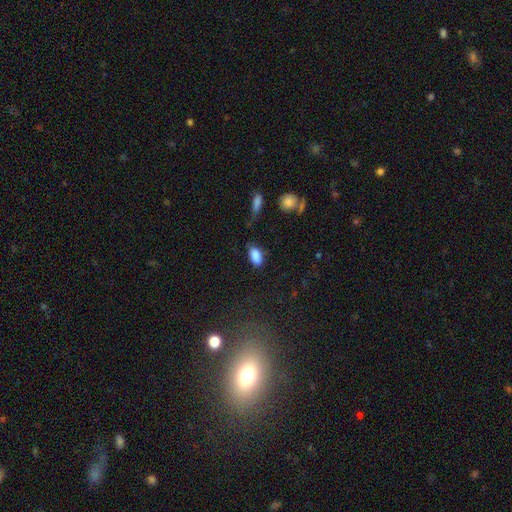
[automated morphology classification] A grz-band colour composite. It shows a smooth galaxy with no disk features (87%) that is in between round and cigar-shaped (91%). Merging: none (68%).